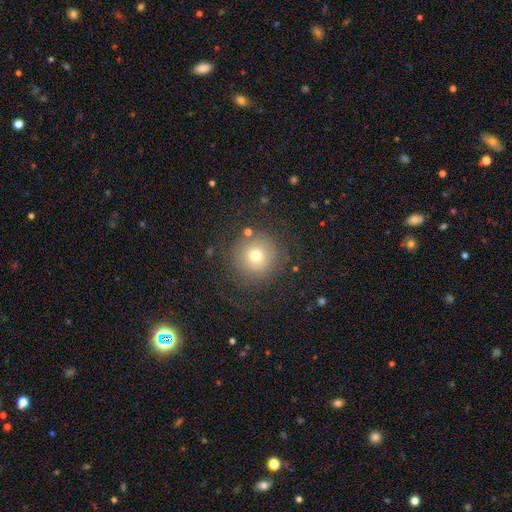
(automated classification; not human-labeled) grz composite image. It shows a smooth galaxy with no disk features (70%) that is round (95%). Merging: none (81%).